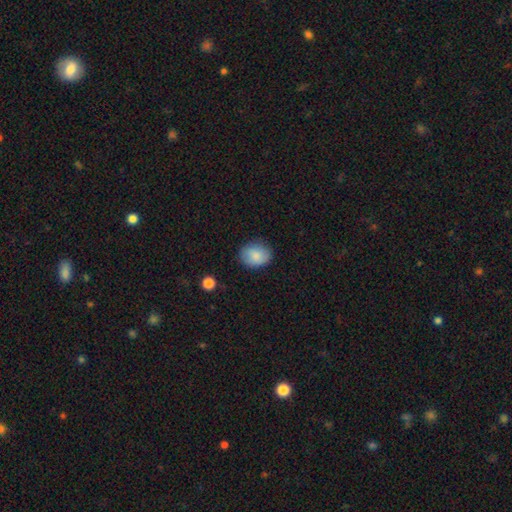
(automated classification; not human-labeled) The model was most divided on "how rounded": round: 50%, in between: 49%, cigar-shaped: 1%. More confident: smooth or featured — smooth (83%); merging — none (81%).